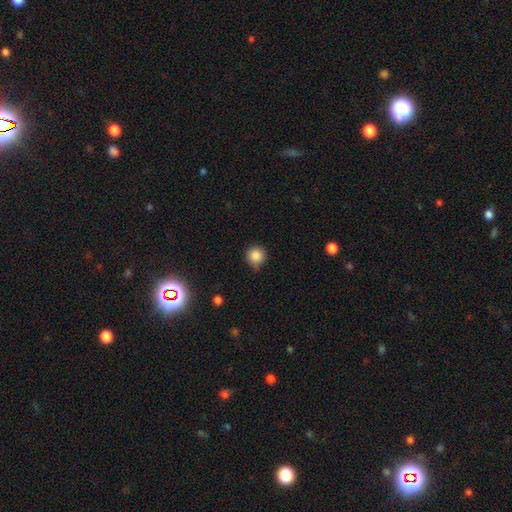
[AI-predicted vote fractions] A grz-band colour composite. It shows a smooth galaxy with no disk features (85%) that is round (94%). Merging: none (71%).